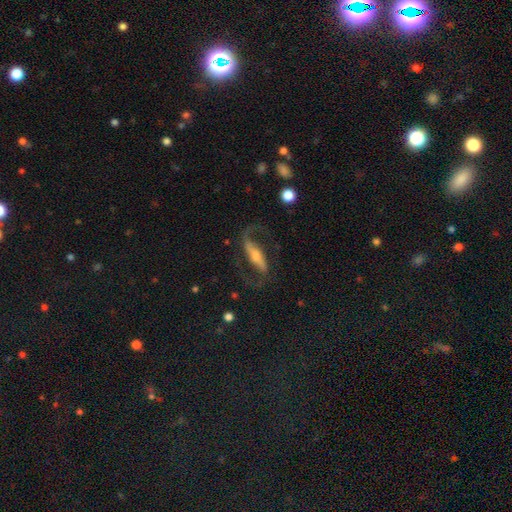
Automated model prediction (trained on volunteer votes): Smooth or featured? Predicted: featured or disk (p=0.84). Edge-on disk? Predicted: no (p=0.84). Bar? Predicted: strong (p=0.62). Spiral arms? Predicted: yes (p=0.94). Spiral winding? Predicted: loose (p=0.55). Spiral arm count? Predicted: 2 (p=0.91). Bulge size? Predicted: moderate (p=0.48). Merging? Predicted: none (p=0.72).